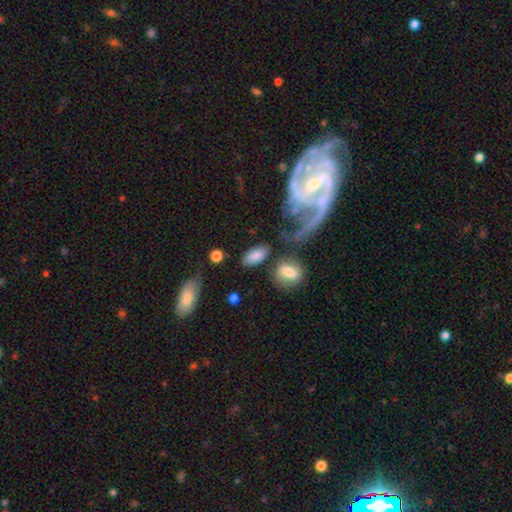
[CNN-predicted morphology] Q: Smooth or featured?
A: smooth (81%); runner-up: featured or disk (12%)
Q: How rounded?
A: in between (90%); runner-up: cigar-shaped (5%)
Q: Merging?
A: none (71%); runner-up: minor disturbance (14%)